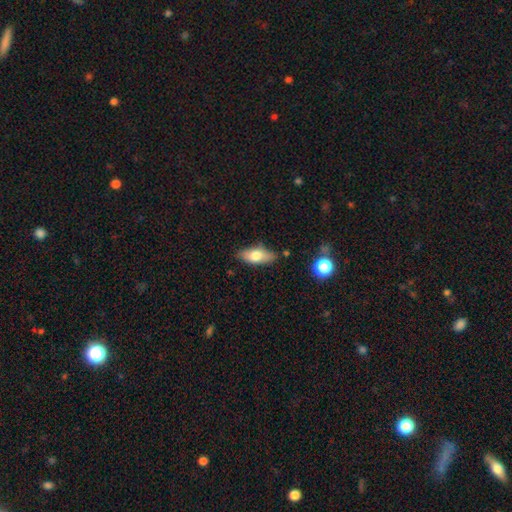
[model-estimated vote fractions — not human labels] Smooth or featured? Predicted: smooth (p=0.69). How rounded? Predicted: in between (p=0.79). Merging? Predicted: none (p=0.78).